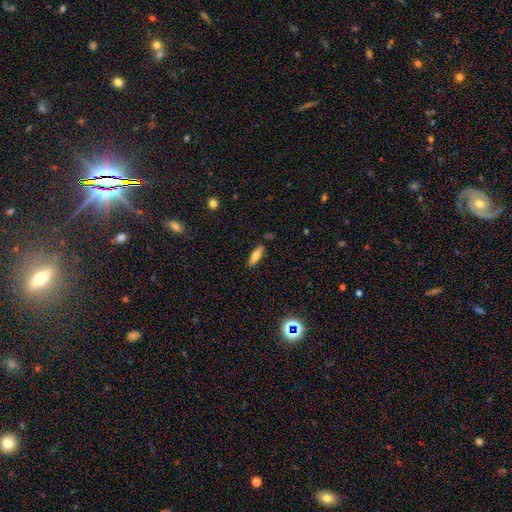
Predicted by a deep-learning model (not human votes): smooth 70%, featured or disk 21%, star or artifact 9%. Down the decision tree: how rounded — in between (50%); merging — none (85%).